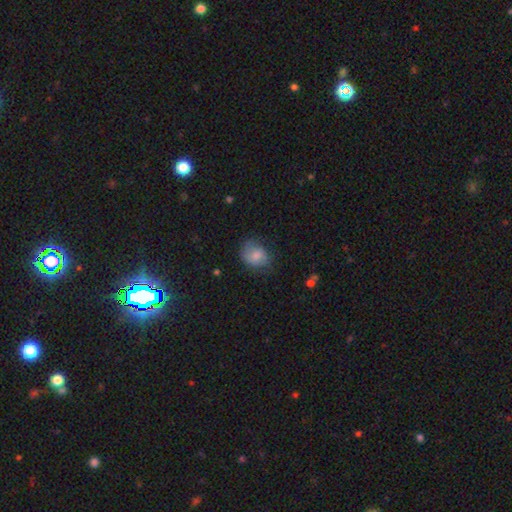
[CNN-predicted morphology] Smooth or featured?
  - smooth: 68% *
  - featured or disk: 24%
  - star or artifact: 9%
How rounded?
  - round: 51% *
  - in between: 48%
  - cigar-shaped: 1%
Merging?
  - none: 58% *
  - minor disturbance: 28%
  - major disturbance: 12%
  - merger: 1%